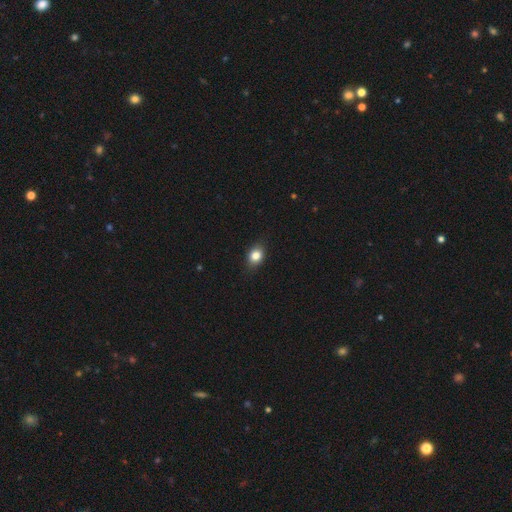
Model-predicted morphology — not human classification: A smooth galaxy with no disk features (82%) that is in between round and cigar-shaped (56%).

Vote fractions:
- Smooth or featured? smooth: 82% / star or artifact: 10% / featured or disk: 8%
- How rounded? in between: 56% / round: 43% / cigar-shaped: 2%
- Merging? none: 83% / minor disturbance: 13% / major disturbance: 2% / merger: 1%